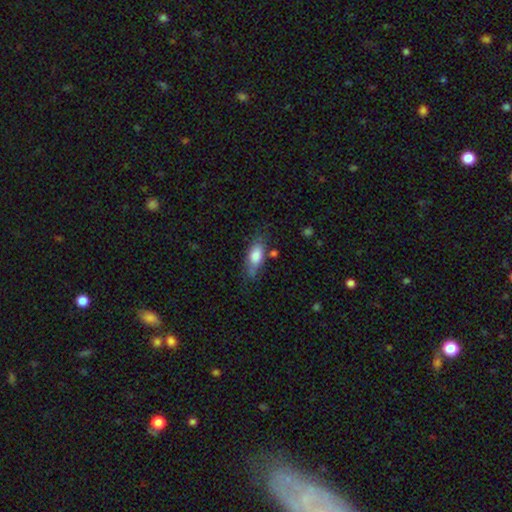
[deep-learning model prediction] Morphology: type=smooth (75%); roundness=in between (77%); merging=none (61%).